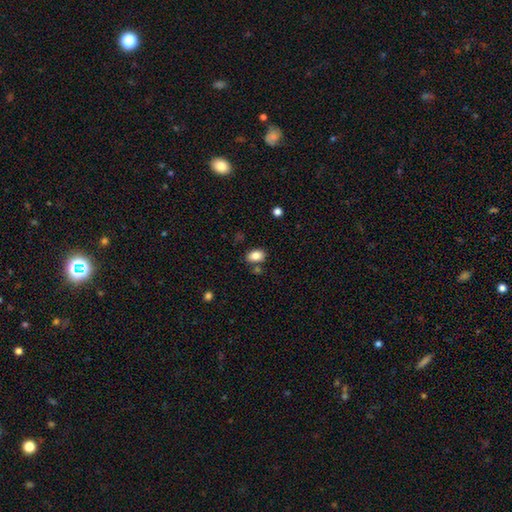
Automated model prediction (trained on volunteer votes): Smooth or featured? Predicted: smooth (p=0.84). How rounded? Predicted: in between (p=0.82). Merging? Predicted: none (p=0.75).